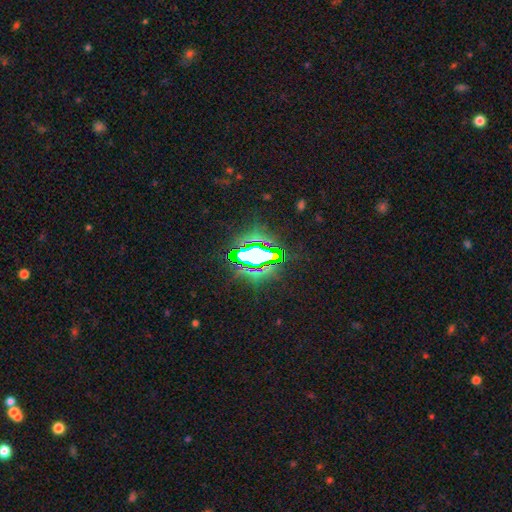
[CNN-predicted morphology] Q: Smooth or featured?
A: star or artifact (67%); runner-up: smooth (20%)